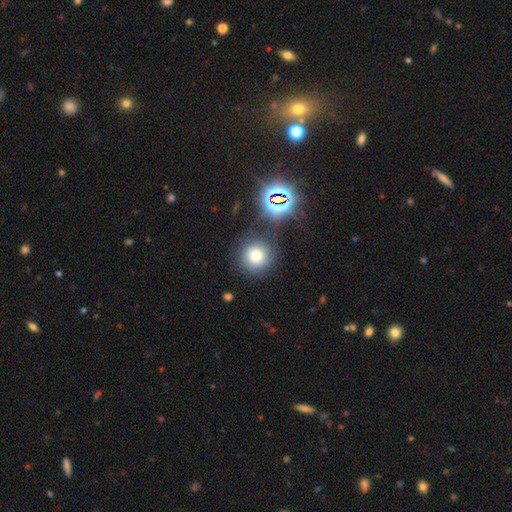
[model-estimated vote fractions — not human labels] This is likely a smooth galaxy (68%). How rounded: clearly round (92%). Merging: likely none (77%).